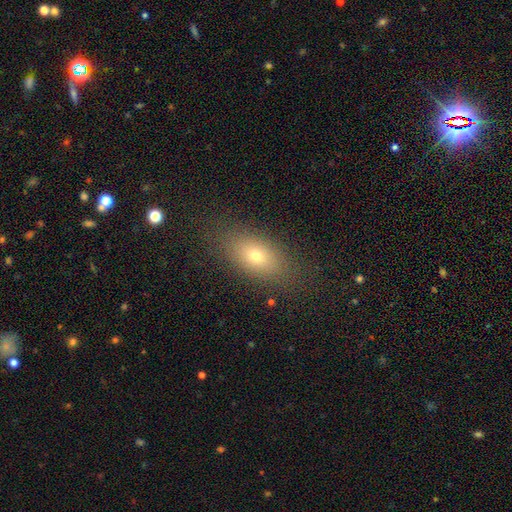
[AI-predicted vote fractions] This is likely a smooth galaxy (70%). How rounded: clearly in between (83%). Merging: clearly none (83%).